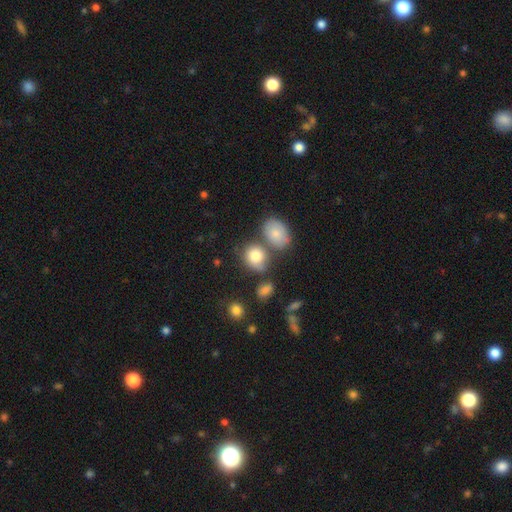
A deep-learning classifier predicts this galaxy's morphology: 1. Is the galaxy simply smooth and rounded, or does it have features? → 79% smooth, 11% featured or disk, 9% star or artifact.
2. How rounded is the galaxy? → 59% round, 40% in between, 1% cigar-shaped.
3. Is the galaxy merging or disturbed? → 51% none, 25% merger, 17% minor disturbance, 7% major disturbance.